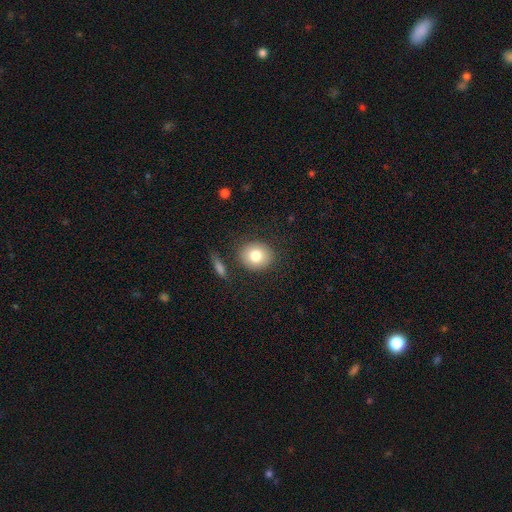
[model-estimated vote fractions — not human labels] Morphology: type=smooth (80%); roundness=round (72%); merging=none (82%).